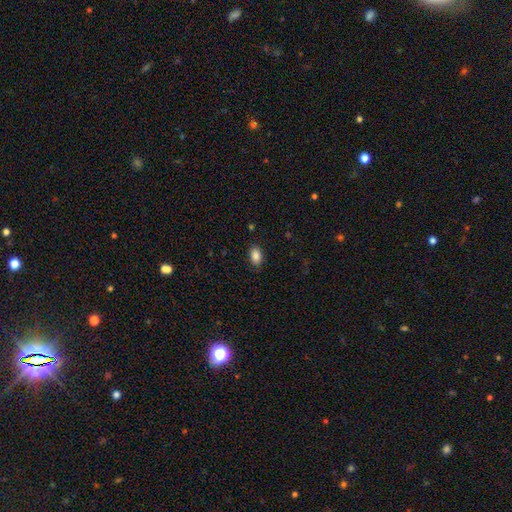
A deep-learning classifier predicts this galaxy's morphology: Q: Smooth or featured?
A: smooth (87%); runner-up: star or artifact (8%)
Q: How rounded?
A: in between (91%); runner-up: round (7%)
Q: Merging?
A: none (87%); runner-up: minor disturbance (10%)